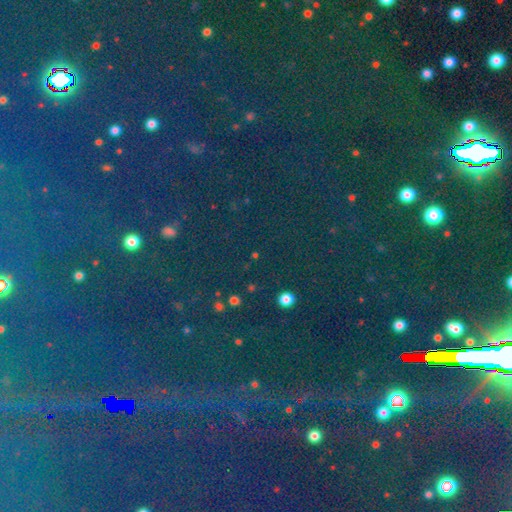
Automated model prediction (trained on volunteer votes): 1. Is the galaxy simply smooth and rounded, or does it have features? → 77% star or artifact, 14% smooth, 9% featured or disk.